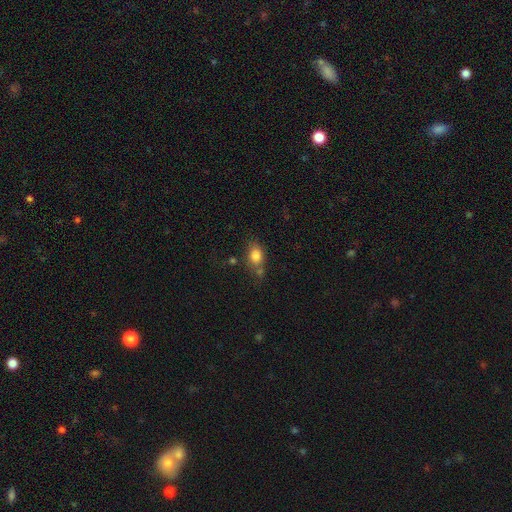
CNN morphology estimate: Smooth or featured?
  - smooth: 81% *
  - featured or disk: 10%
  - star or artifact: 9%
How rounded?
  - in between: 70% *
  - round: 27%
  - cigar-shaped: 3%
Merging?
  - none: 57% *
  - minor disturbance: 20%
  - merger: 17%
  - major disturbance: 7%